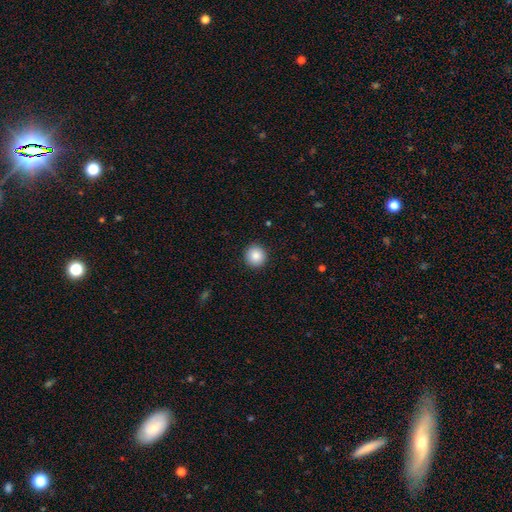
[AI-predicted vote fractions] Smooth or featured? smooth (87%)
How rounded? round (94%)
Merging? none (92%)